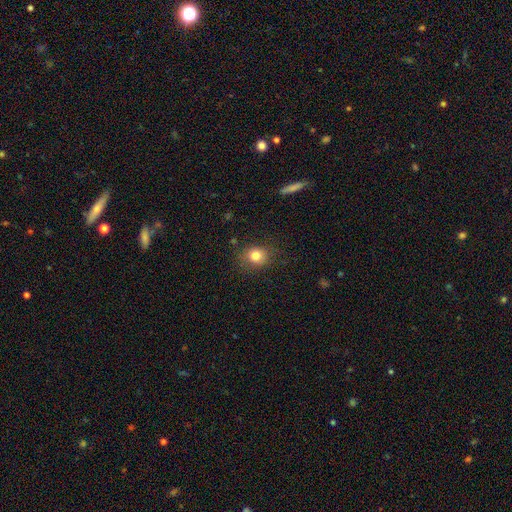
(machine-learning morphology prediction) Smooth or featured: smooth — 80% (star or artifact — 12%)
How rounded: round — 71% (in between — 28%)
Merging: none — 83% (minor disturbance — 12%)